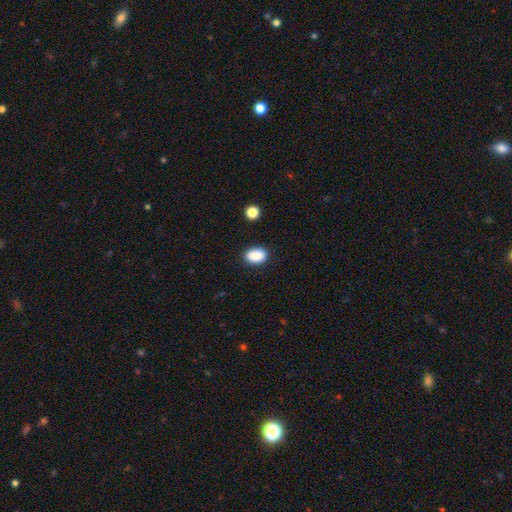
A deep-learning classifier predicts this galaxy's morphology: A smooth galaxy with no disk features (89%) that is in between round and cigar-shaped (83%).

Vote fractions:
- Smooth or featured? smooth: 89% / star or artifact: 8% / featured or disk: 3%
- How rounded? in between: 83% / round: 15% / cigar-shaped: 1%
- Merging? none: 85% / minor disturbance: 10% / major disturbance: 3% / merger: 2%